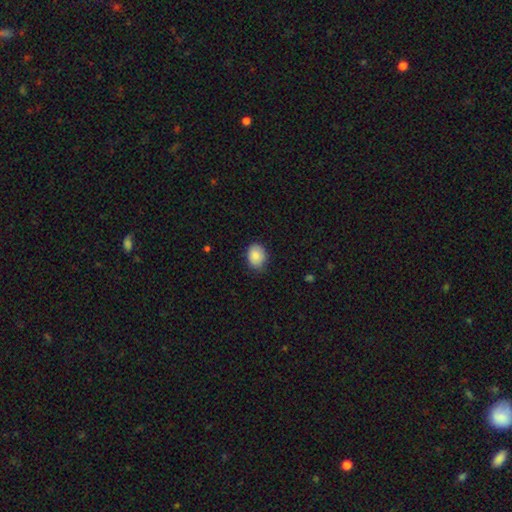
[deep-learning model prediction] This is clearly a smooth galaxy (86%). How rounded: possibly in between (58%). Merging: likely none (78%).